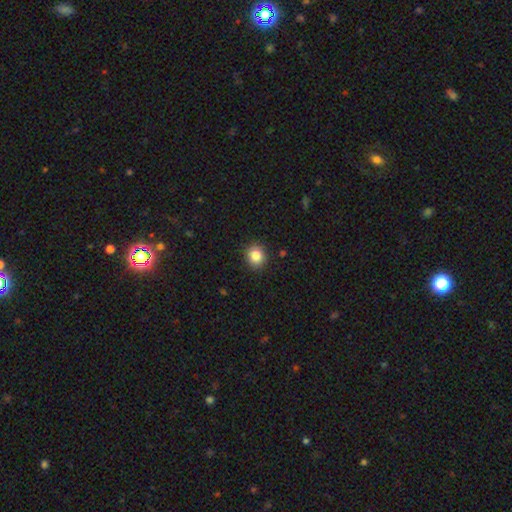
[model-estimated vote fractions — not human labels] A smooth galaxy with no disk features (84%) that is round (87%). Merging: none (91%).